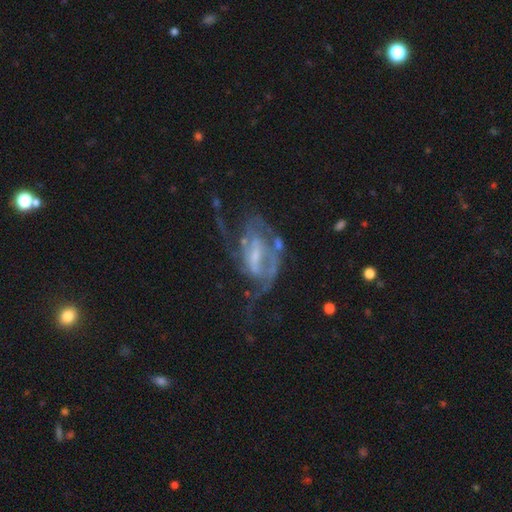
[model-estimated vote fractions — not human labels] A featured or disk galaxy (84%) with a weak bar (45%), 2 (52%) medium (44%) spiral arms (86%) and a small central bulge (53%). Merging: none (38%, tied with major disturbance).